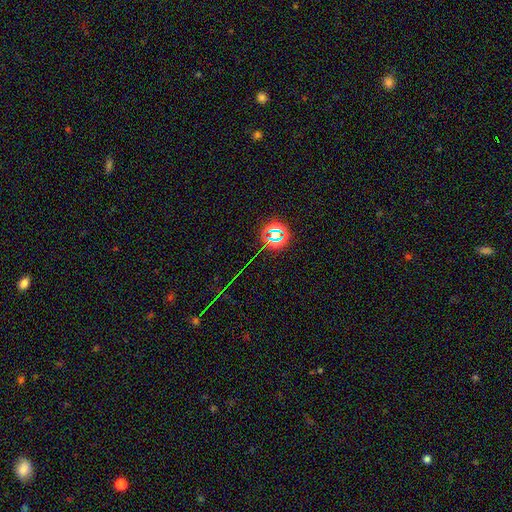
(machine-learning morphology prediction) Smooth or featured: star or artifact — 69% (smooth — 23%)